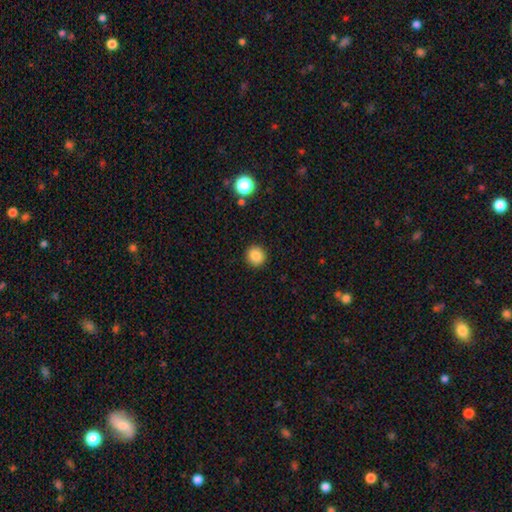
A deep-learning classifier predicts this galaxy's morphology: This appears to be a smooth galaxy with no disk features (85%) that is round (89%). Merging: none (92%).